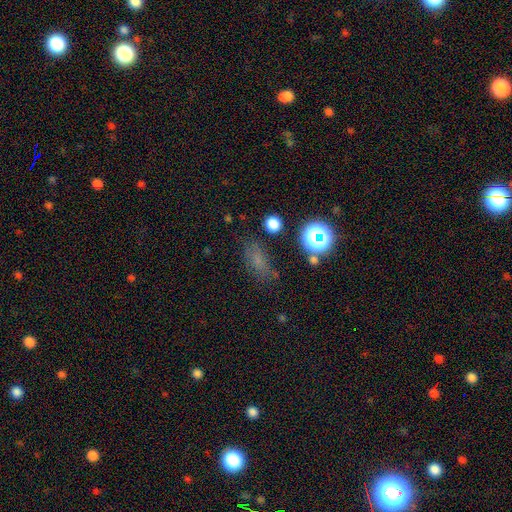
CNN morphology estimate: A smooth galaxy with no disk features (55%) that is in between round and cigar-shaped (68%).

Vote fractions:
- Smooth or featured? smooth: 55% / star or artifact: 31% / featured or disk: 14%
- How rounded? in between: 68% / round: 20% / cigar-shaped: 13%
- Merging? none: 73% / minor disturbance: 17% / major disturbance: 6% / merger: 4%